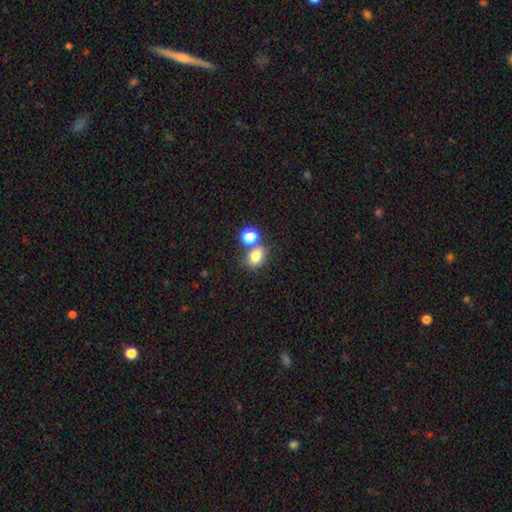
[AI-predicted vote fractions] smooth 79%, star or artifact 13%, featured or disk 9%. Down the decision tree: how rounded — in between (53%); merging — none (57%).